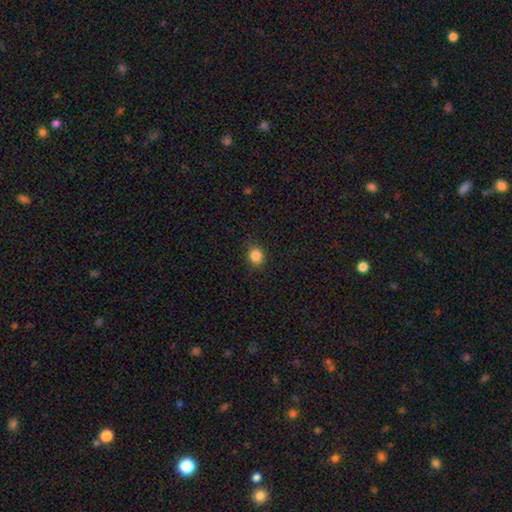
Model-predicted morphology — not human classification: smooth_or_featured: smooth (p=0.84) [alt: star or artifact p=0.11]
how_rounded: round (p=0.74) [alt: in between p=0.25]
merging: none (p=0.82) [alt: minor disturbance p=0.14]